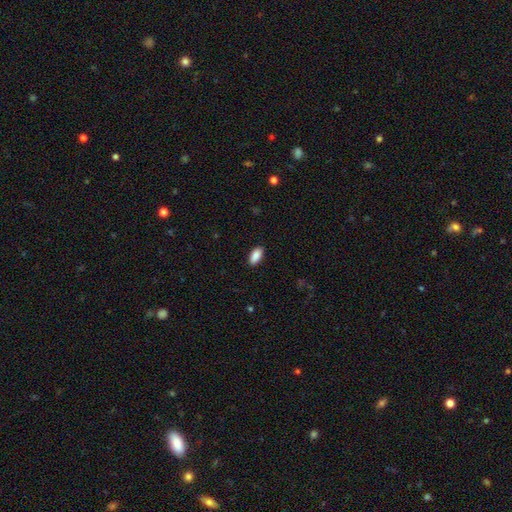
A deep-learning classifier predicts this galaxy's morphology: This is clearly a smooth galaxy (90%). How rounded: clearly in between (92%). Merging: clearly none (89%).